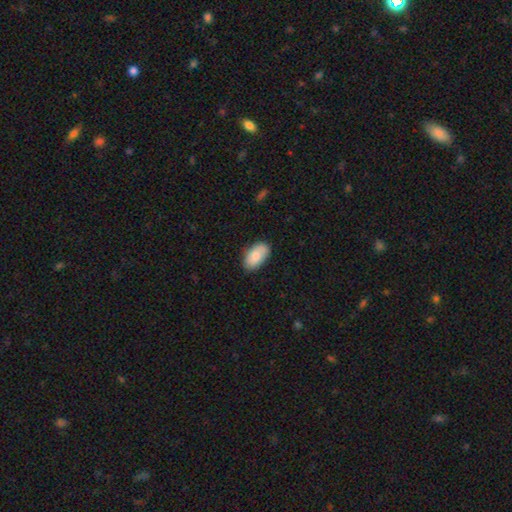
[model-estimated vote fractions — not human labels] Smooth or featured?
  - smooth: 84% *
  - featured or disk: 10%
  - star or artifact: 6%
How rounded?
  - in between: 95% *
  - round: 4%
  - cigar-shaped: 2%
Merging?
  - none: 80% *
  - minor disturbance: 16%
  - major disturbance: 3%
  - merger: 1%